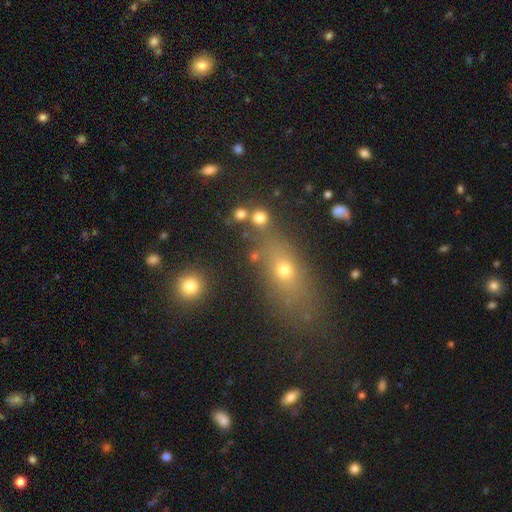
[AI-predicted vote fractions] Q: Smooth or featured?
A: smooth (53%); runner-up: star or artifact (25%)
Q: How rounded?
A: in between (50%); runner-up: cigar-shaped (30%)
Q: Merging?
A: none (71%); runner-up: minor disturbance (13%)